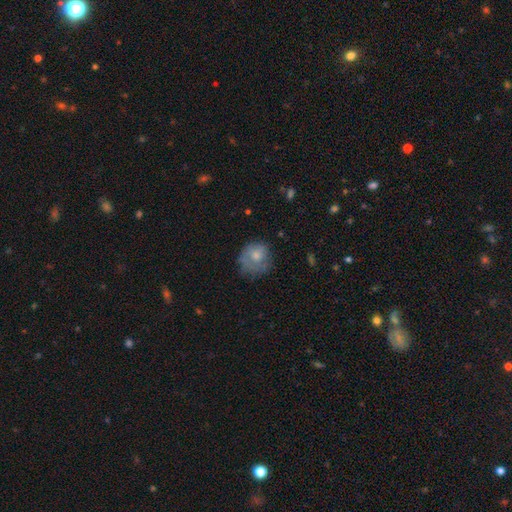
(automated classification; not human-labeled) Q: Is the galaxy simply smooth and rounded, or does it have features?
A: smooth — 66%.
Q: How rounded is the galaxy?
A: round — 81%.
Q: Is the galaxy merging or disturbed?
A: none — 55%.